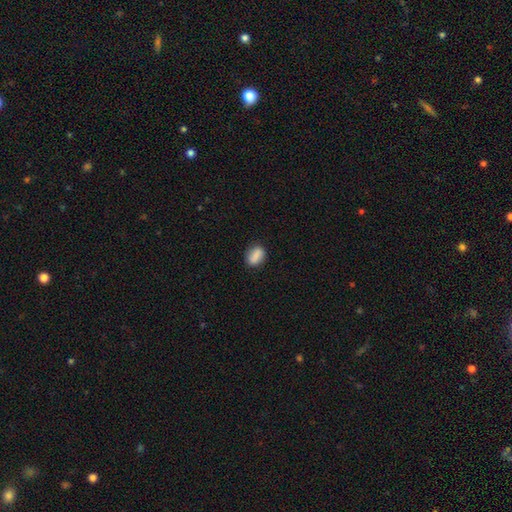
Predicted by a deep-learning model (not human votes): A smooth galaxy with no disk features (84%) that is in between round and cigar-shaped (72%). Merging: none (81%).